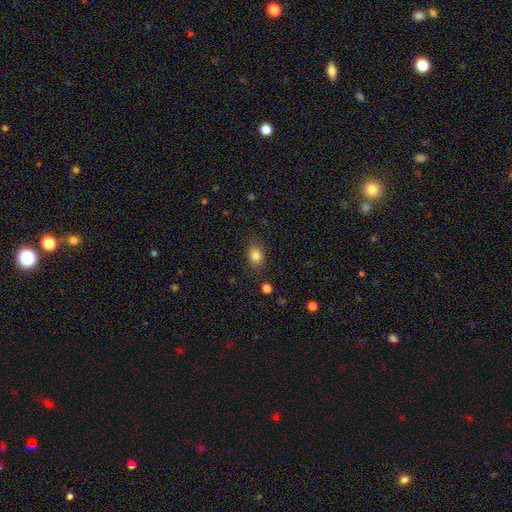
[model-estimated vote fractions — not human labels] Smooth or featured: smooth — 83% (star or artifact — 10%)
How rounded: in between — 63% (round — 36%)
Merging: none — 83% (minor disturbance — 12%)